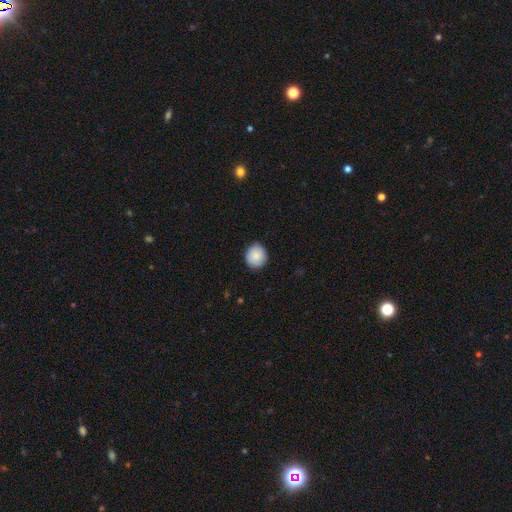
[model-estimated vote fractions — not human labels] This is clearly a smooth galaxy (87%). How rounded: clearly round (89%). Merging: clearly none (89%).